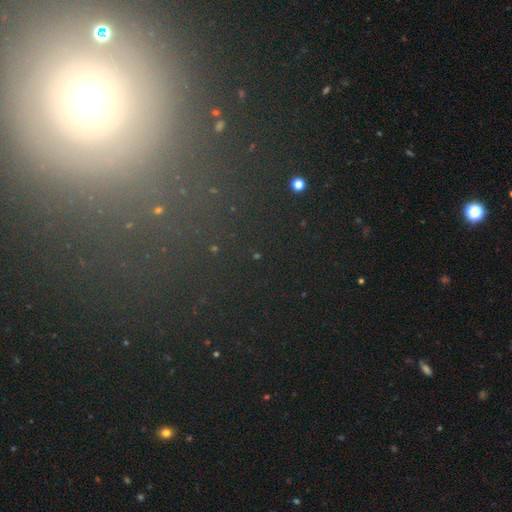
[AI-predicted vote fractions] Overall: star or artifact (48%; smooth 29%).